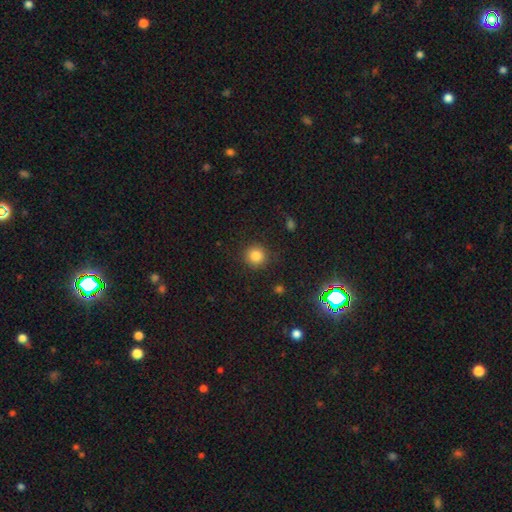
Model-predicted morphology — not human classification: Smooth or featured?
  - smooth: 84% *
  - star or artifact: 12%
  - featured or disk: 4%
How rounded?
  - round: 92% *
  - in between: 7%
  - cigar-shaped: 1%
Merging?
  - none: 88% *
  - minor disturbance: 8%
  - major disturbance: 3%
  - merger: 1%